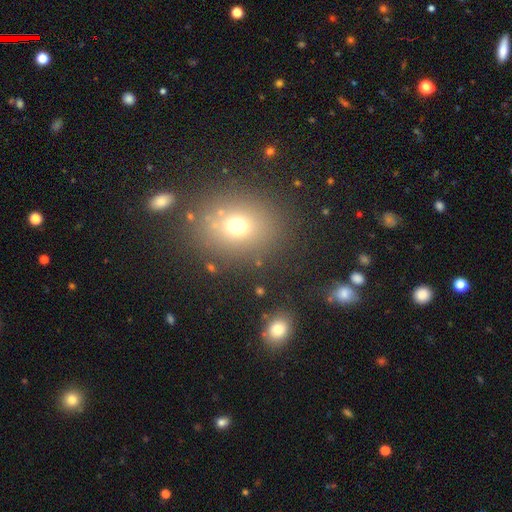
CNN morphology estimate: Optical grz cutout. It shows a smooth galaxy with no disk features (66%) that is round (61%). Merging: none (82%).